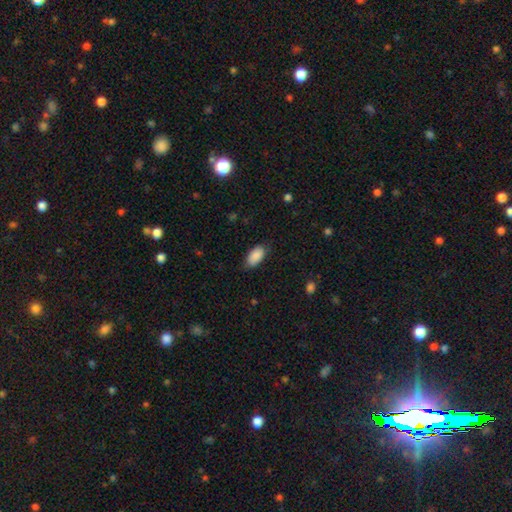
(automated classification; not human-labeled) This appears to be a smooth galaxy with no disk features (90%) that is in between round and cigar-shaped (94%). Merging: none (79%).